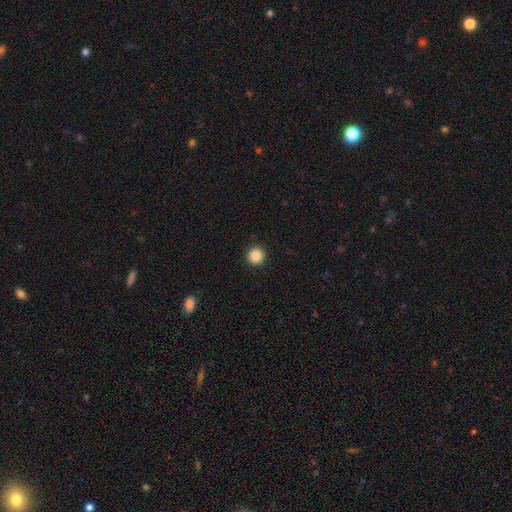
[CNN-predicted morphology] smooth-or-featured: smooth: 88% | star or artifact: 10% | featured or disk: 3%
  how-rounded: round: 95% | in between: 4% | cigar-shaped: 1%
  merging: none: 93% | minor disturbance: 4% | major disturbance: 2% | merger: 1%